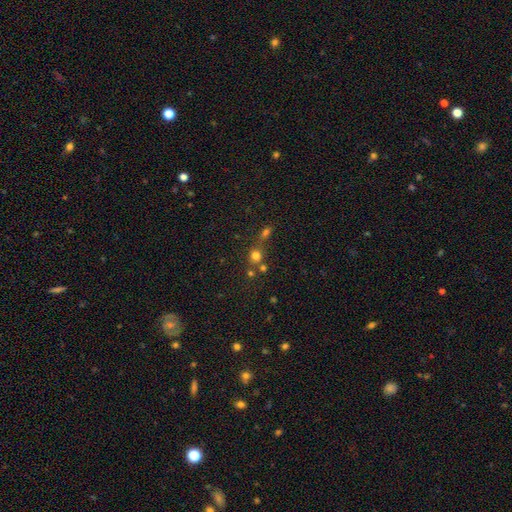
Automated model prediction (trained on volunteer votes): A smooth galaxy with no disk features (70%) that is round (85%). Merging: none (51%).